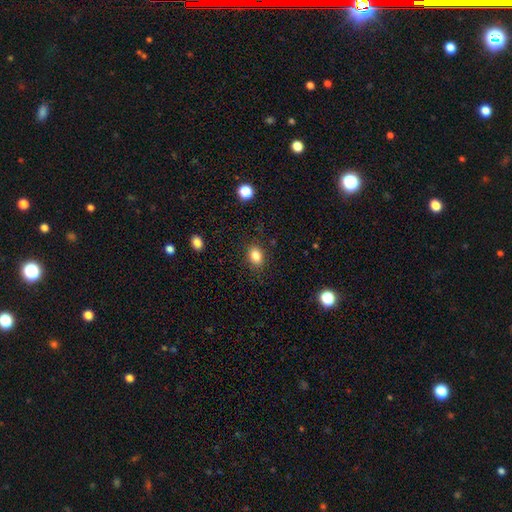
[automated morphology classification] This is clearly a smooth galaxy (84%). How rounded: likely in between (64%). Merging: clearly none (86%).